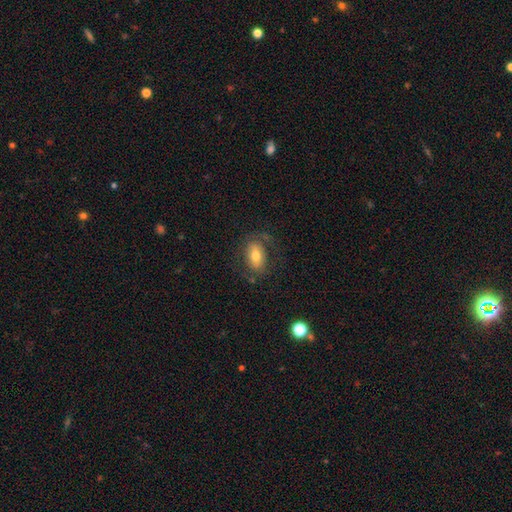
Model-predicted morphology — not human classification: This is likely a smooth galaxy (62%). How rounded: clearly in between (87%). Merging: likely none (67%).